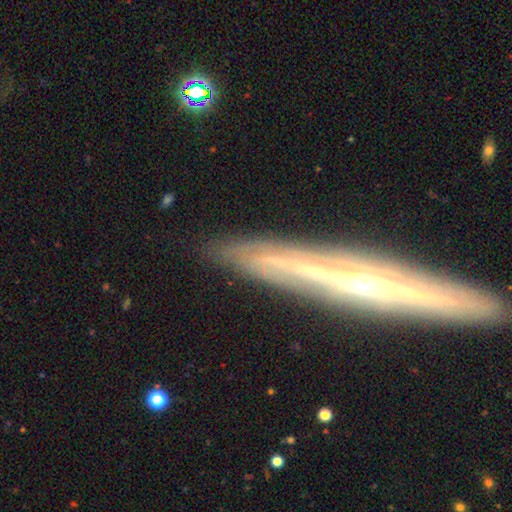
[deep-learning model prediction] smooth_or_featured: featured or disk (p=0.82) [alt: smooth p=0.11]
disk_edge_on: yes (p=0.91) [alt: no p=0.09]
edge_on_bulge: rounded (p=0.74) [alt: none p=0.20]
merging: none (p=0.86) [alt: minor disturbance p=0.10]